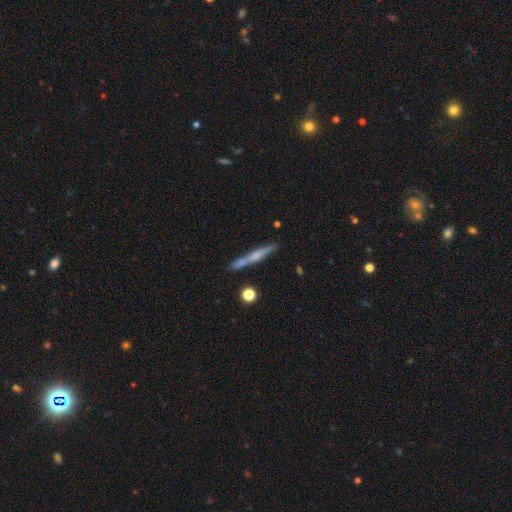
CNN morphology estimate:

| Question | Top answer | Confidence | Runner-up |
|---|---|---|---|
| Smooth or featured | featured or disk | 51% | smooth (42%) |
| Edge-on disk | yes | 95% | no (5%) |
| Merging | none | 80% | minor disturbance (11%) |